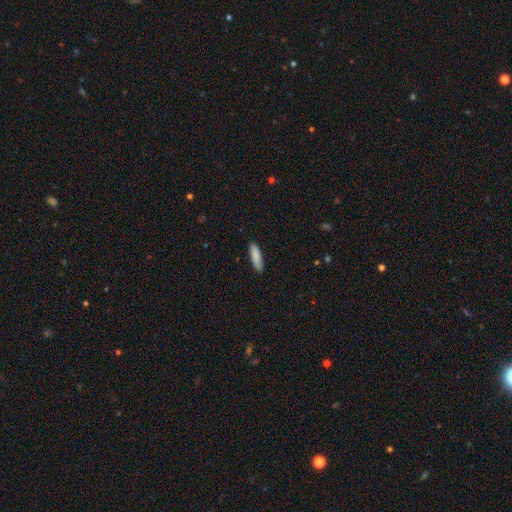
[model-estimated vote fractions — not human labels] Smooth or featured? Predicted: smooth (p=0.86). How rounded? Predicted: cigar-shaped (p=0.66). Merging? Predicted: none (p=0.87).